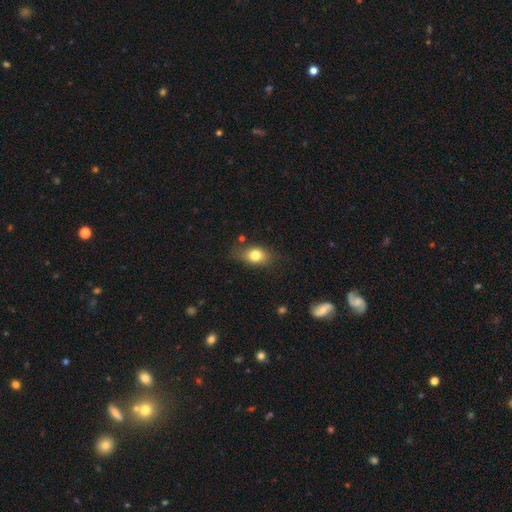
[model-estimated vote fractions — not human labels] smooth 77%, featured or disk 14%, star or artifact 9%. Down the decision tree: how rounded — in between (73%); merging — none (70%).